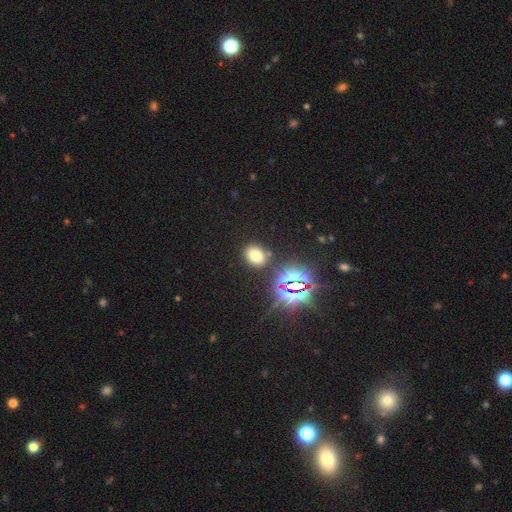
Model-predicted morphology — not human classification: This appears to be a smooth galaxy with no disk features (68%) that is round (58%). Merging: none (84%).